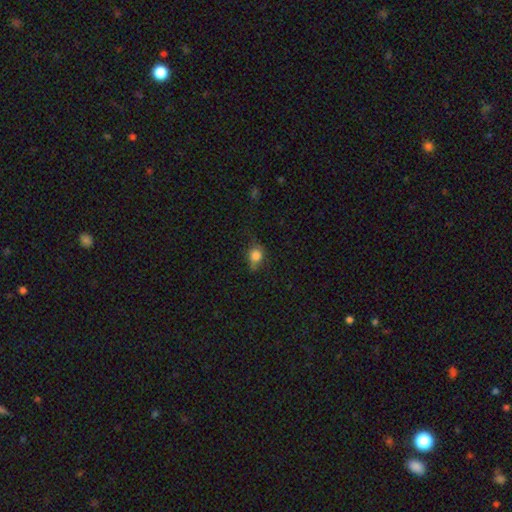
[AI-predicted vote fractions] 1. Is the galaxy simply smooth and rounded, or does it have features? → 79% smooth, 11% star or artifact, 11% featured or disk.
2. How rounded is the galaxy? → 62% round, 36% in between, 2% cigar-shaped.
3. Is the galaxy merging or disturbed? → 55% none, 31% minor disturbance, 12% major disturbance, 2% merger.